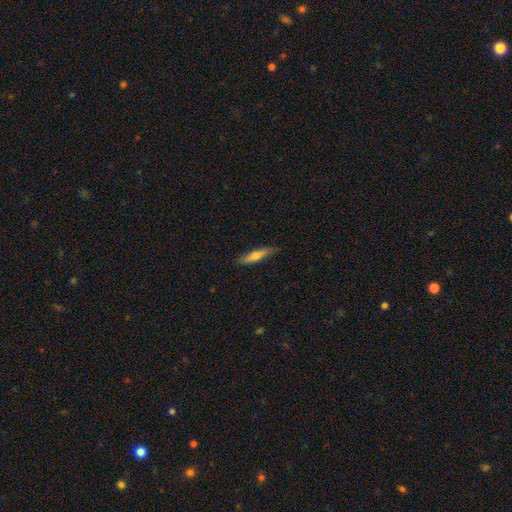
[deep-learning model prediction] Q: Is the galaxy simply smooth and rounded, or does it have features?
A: smooth — 59%.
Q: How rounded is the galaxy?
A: cigar-shaped — 79%.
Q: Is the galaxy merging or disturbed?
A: none — 83%.